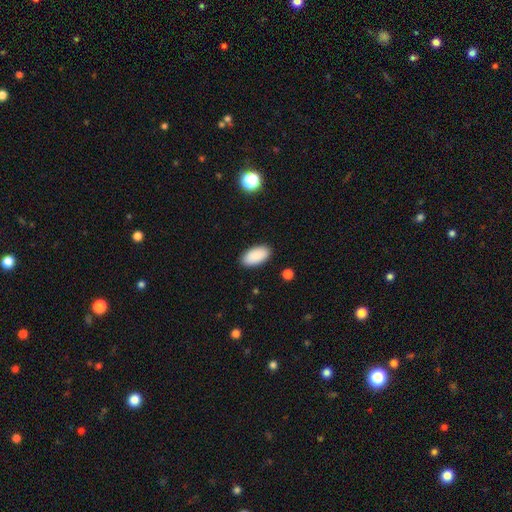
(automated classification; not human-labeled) smooth-or-featured: smooth: 90% | star or artifact: 6% | featured or disk: 4%
  how-rounded: in between: 95% | cigar-shaped: 3% | round: 2%
  merging: none: 89% | minor disturbance: 8% | major disturbance: 2% | merger: 1%